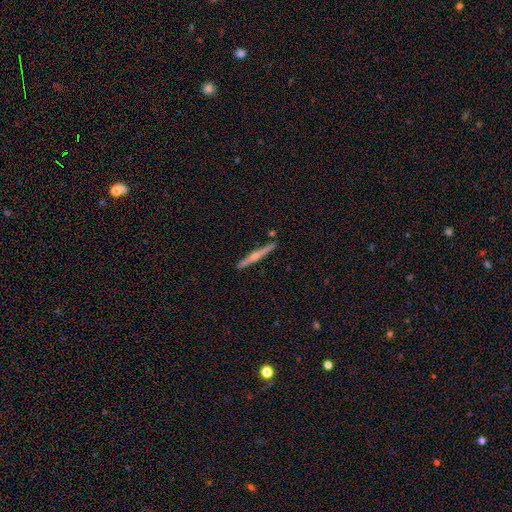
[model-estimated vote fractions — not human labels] Smooth or featured? featured or disk (68%)
Edge-on disk? yes (98%)
Edge-on bulge? rounded (79%)
Merging? none (90%)